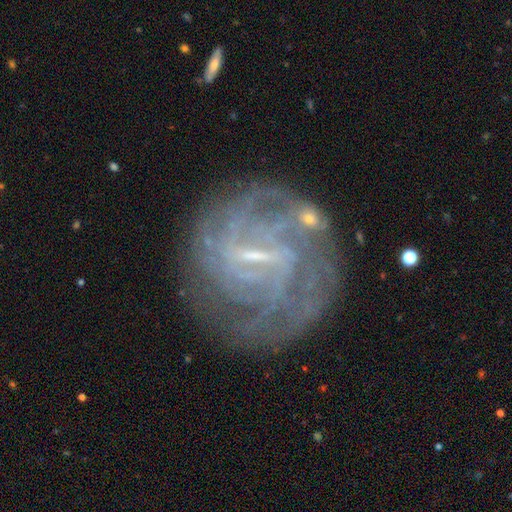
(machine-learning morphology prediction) smooth_or_featured: featured or disk (p=0.83) [alt: smooth p=0.09]
disk_edge_on: no (p=0.97) [alt: yes p=0.03]
bar: weak (p=0.46) [alt: strong p=0.42]
has_spiral_arms: yes (p=0.87) [alt: no p=0.13]
spiral_winding: tight (p=0.68) [alt: medium p=0.24]
spiral_arm_count: can't tell (p=0.46) [alt: 4 p=0.13]
bulge_size: small (p=0.61) [alt: none p=0.22]
merging: none (p=0.72) [alt: minor disturbance p=0.15]